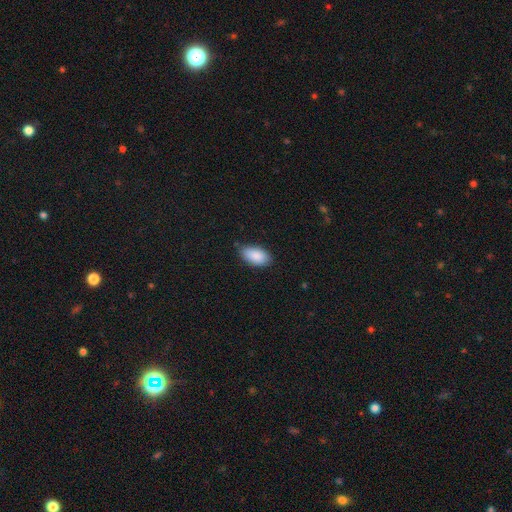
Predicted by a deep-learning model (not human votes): A smooth galaxy with no disk features (89%) that is in between round and cigar-shaped (94%). Merging: none (78%).